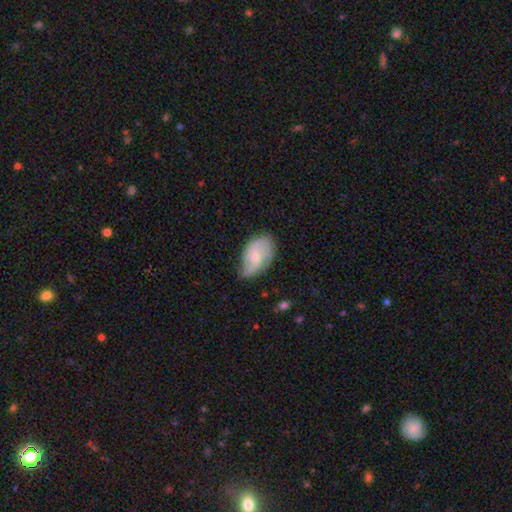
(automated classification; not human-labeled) A featured or disk galaxy (61%) with no bar (67%), 2 (58%) loose (40%, tied with medium) spiral arms (88%) and a small central bulge (65%).

Vote fractions:
- Smooth or featured? featured or disk: 61% / smooth: 33% / star or artifact: 7%
- Edge-on disk? no: 96% / yes: 4%
- Bar? no: 67% / weak: 28% / strong: 4%
- Spiral arms? yes: 88% / no: 12%
- Spiral winding? loose: 40% (tied) / medium: 40% (tied) / tight: 20%
- Spiral arm count? 2: 58% / can't tell: 18% / 3: 13% / 1: 5% / 4: 3% / more than 4: 2%
- Bulge size? small: 65% / moderate: 30% / none: 3% / large: 1% / dominant: 1%
- Merging? none: 57% / minor disturbance: 32% / major disturbance: 9% / merger: 2%